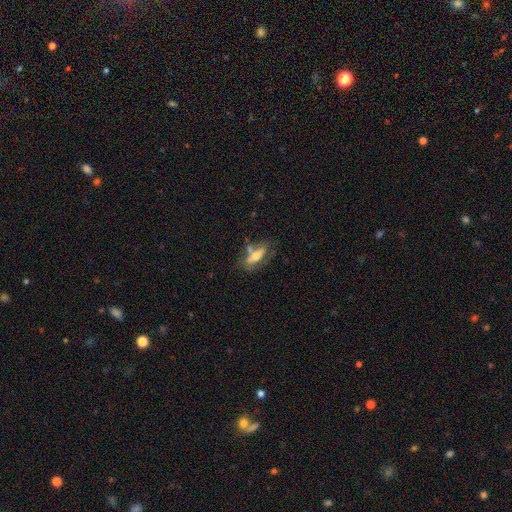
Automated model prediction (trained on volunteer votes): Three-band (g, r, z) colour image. It shows a smooth galaxy with no disk features (47%). Merging: none (52%).